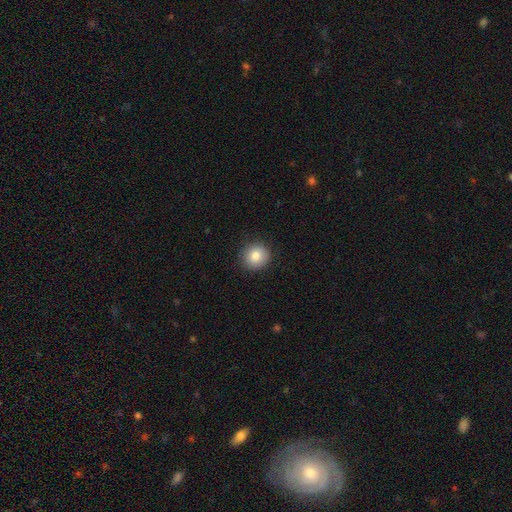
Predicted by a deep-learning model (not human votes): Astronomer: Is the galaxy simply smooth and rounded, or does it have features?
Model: smooth — 83%.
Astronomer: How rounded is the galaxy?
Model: round — 92%.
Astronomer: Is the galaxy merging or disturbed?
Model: none — 91%.